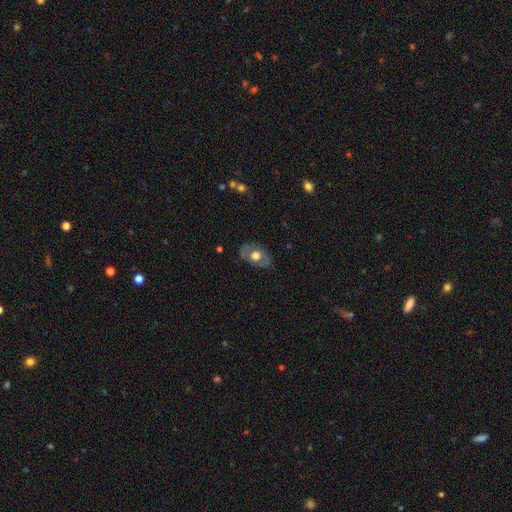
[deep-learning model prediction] Smooth or featured?
  - featured or disk: 48% *
  - smooth: 45%
  - star or artifact: 7%
Merging?
  - none: 77% *
  - minor disturbance: 17%
  - major disturbance: 6%
  - merger: 1%